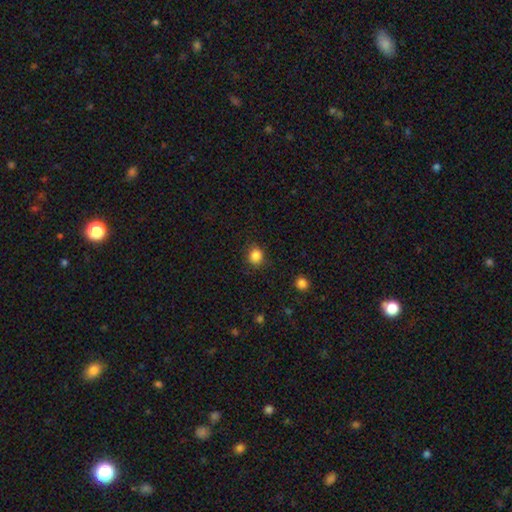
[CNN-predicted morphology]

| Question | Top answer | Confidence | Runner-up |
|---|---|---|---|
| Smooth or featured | smooth | 86% | star or artifact (11%) |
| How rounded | round | 78% | in between (21%) |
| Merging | none | 86% | minor disturbance (10%) |